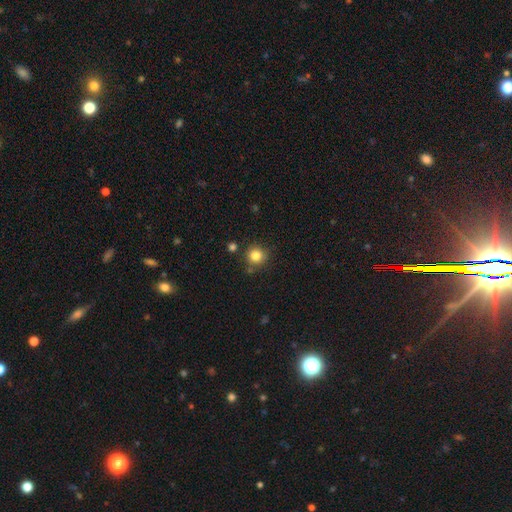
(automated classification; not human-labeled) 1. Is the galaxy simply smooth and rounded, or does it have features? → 83% smooth, 11% star or artifact, 6% featured or disk.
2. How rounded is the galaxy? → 93% round, 6% in between, 1% cigar-shaped.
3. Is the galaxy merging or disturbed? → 82% none, 10% minor disturbance, 6% merger, 3% major disturbance.